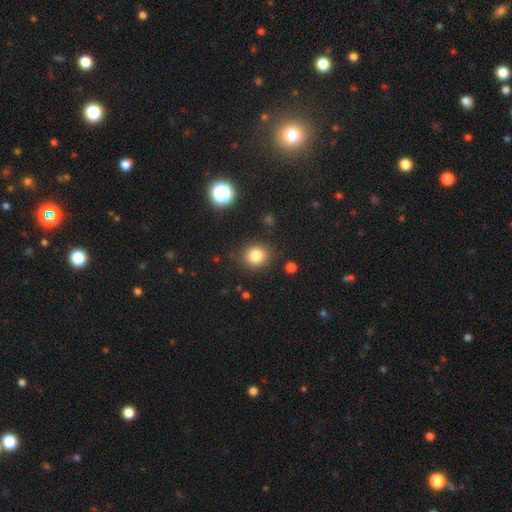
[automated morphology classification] Overall: smooth (81%). How rounded: round (86%). Merging: none (87%).